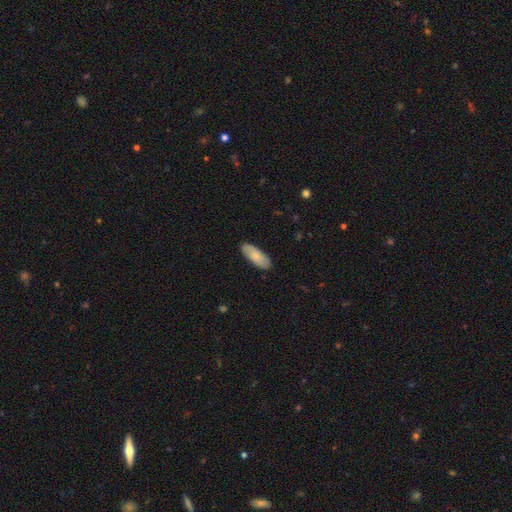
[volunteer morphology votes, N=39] A smooth galaxy with no disk features (82%) that is in between round and cigar-shaped (91%). Merging: none (95%).